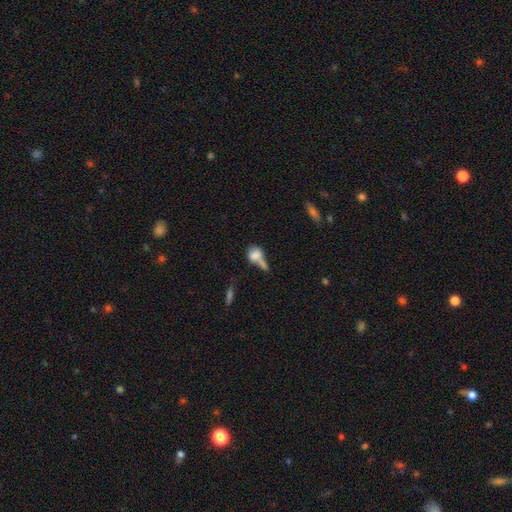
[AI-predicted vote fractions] Overall: smooth (73%). How rounded: in between (54%; round 41%). Merging: merger (50%; none 24%).